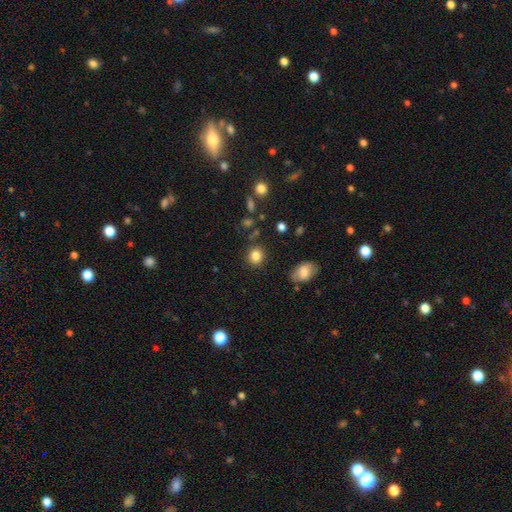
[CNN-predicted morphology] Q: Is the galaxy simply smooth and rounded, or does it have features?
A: smooth — 85%.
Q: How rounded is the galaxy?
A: round — 76%.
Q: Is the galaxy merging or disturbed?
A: none — 85%.